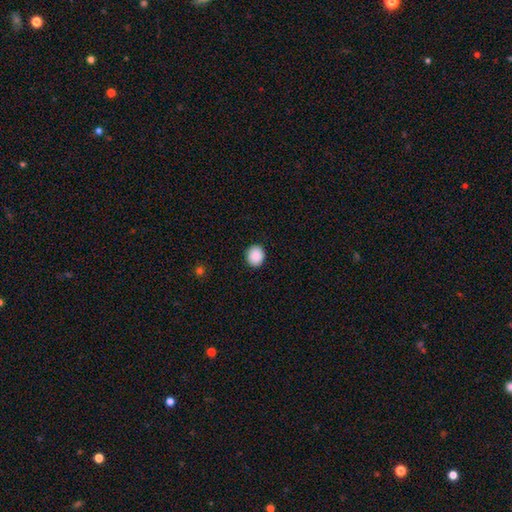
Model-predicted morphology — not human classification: A smooth galaxy with no disk features (90%) that is round (74%). Merging: none (91%).